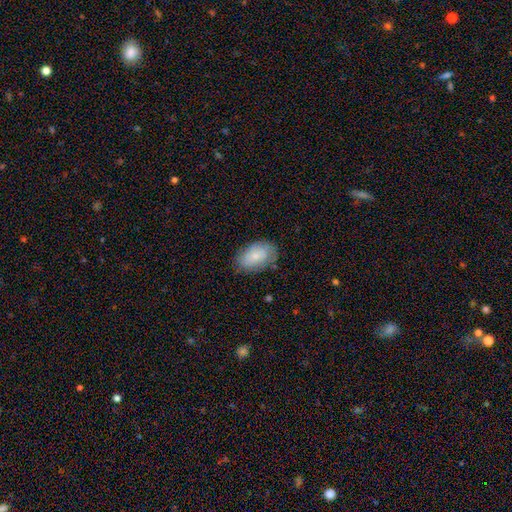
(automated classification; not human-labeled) This is likely a smooth galaxy (73%). How rounded: clearly in between (91%). Merging: likely none (75%).